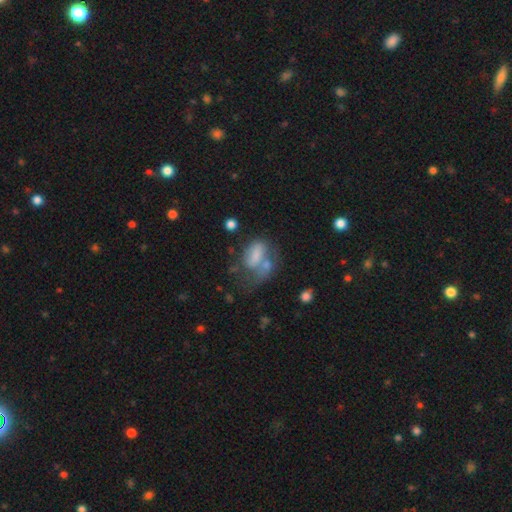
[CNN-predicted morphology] Smooth or featured? Predicted: smooth (p=0.63). How rounded? Predicted: in between (p=0.84). Merging? Predicted: major disturbance (p=0.31).